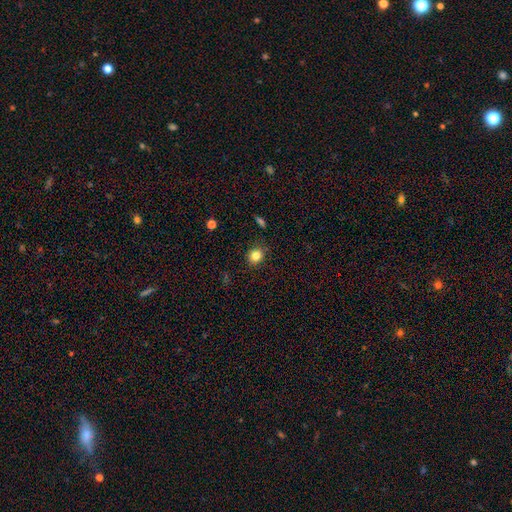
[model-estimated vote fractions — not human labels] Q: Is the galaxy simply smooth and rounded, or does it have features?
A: smooth — 82%.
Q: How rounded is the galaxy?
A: round — 77%.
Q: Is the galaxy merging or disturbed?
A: none — 86%.